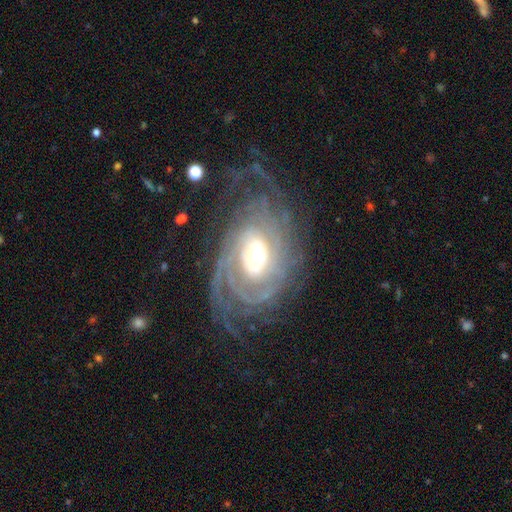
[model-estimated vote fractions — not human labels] Overall: featured or disk (88%). Edge-on disk: no (96%). Bar: no (54%; weak 31%). Spiral arms: yes (96%). Spiral arm count: can't tell (33%; 2 16%). Spiral winding: tight (70%). Bulge size: moderate (51%; small 30%). Merging: none (66%).